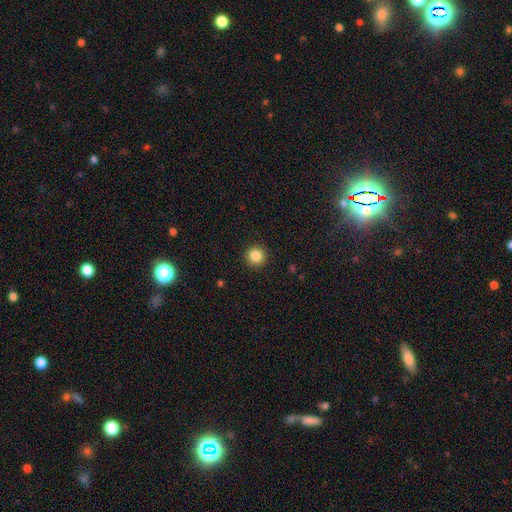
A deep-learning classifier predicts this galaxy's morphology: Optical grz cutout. It shows a smooth galaxy with no disk features (85%) that is round (94%). Merging: none (92%).